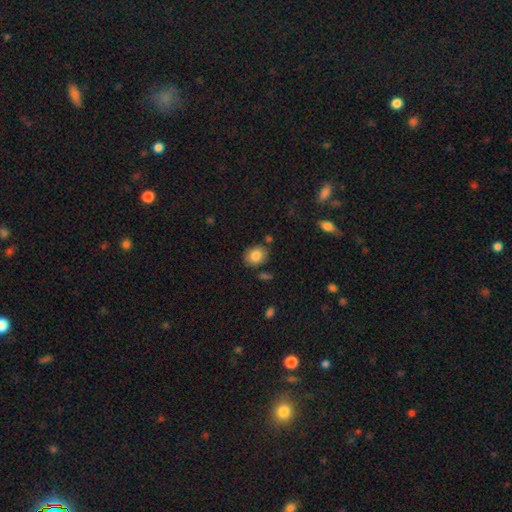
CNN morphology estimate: smooth 83%, star or artifact 8%, featured or disk 8%. Down the decision tree: how rounded — round (51%); merging — none (78%).